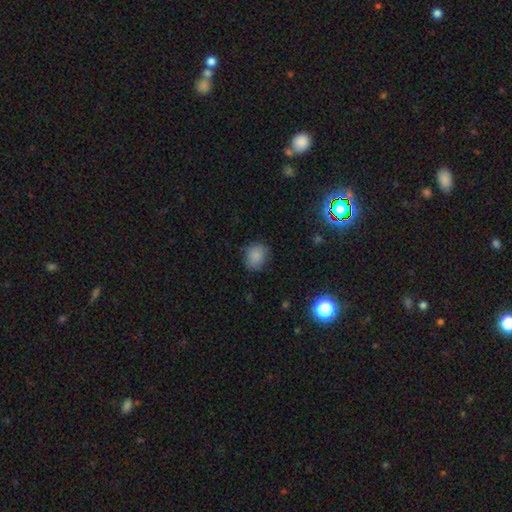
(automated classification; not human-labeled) Overall: smooth (83%). How rounded: round (63%; in between 36%). Merging: none (80%).